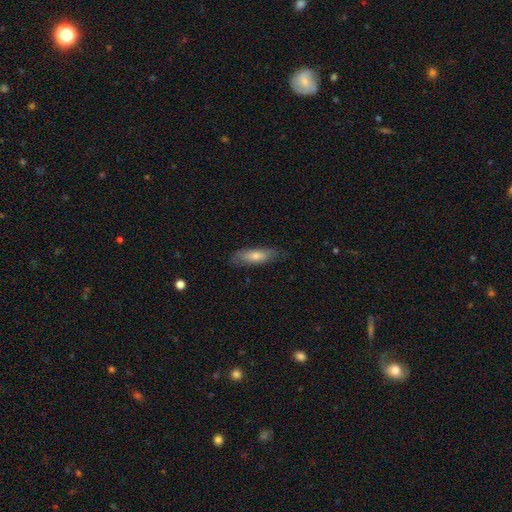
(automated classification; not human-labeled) Smooth or featured? smooth (63%)
How rounded? cigar-shaped (60%)
Merging? none (78%)